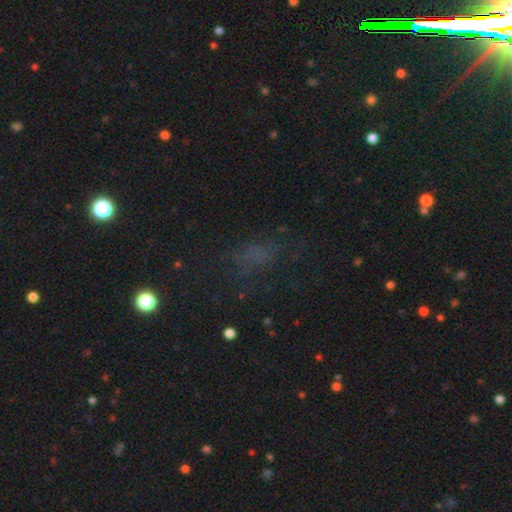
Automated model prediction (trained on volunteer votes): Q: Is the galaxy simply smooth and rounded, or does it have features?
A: smooth — 49%.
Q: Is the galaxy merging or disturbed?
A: none — 61%.